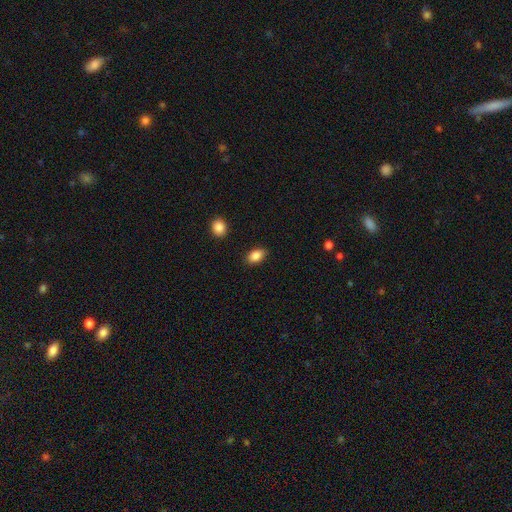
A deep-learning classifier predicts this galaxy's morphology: smooth_or_featured: smooth (p=0.87) [alt: star or artifact p=0.08]
how_rounded: in between (p=0.87) [alt: round p=0.11]
merging: none (p=0.86) [alt: minor disturbance p=0.10]